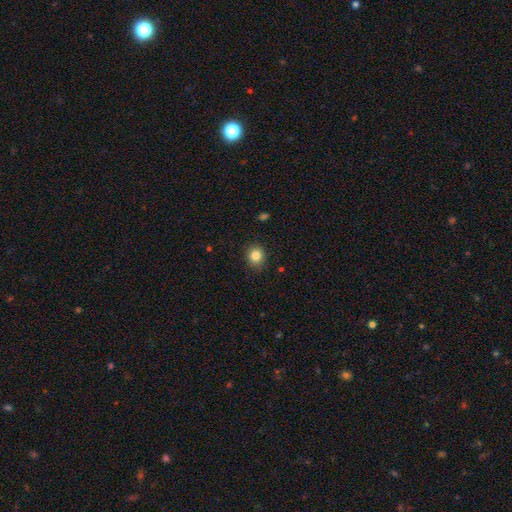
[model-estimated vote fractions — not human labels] smooth-or-featured: smooth: 83% | star or artifact: 11% | featured or disk: 6%
  how-rounded: round: 78% | in between: 21% | cigar-shaped: 1%
  merging: none: 88% | minor disturbance: 8% | major disturbance: 2% | merger: 1%